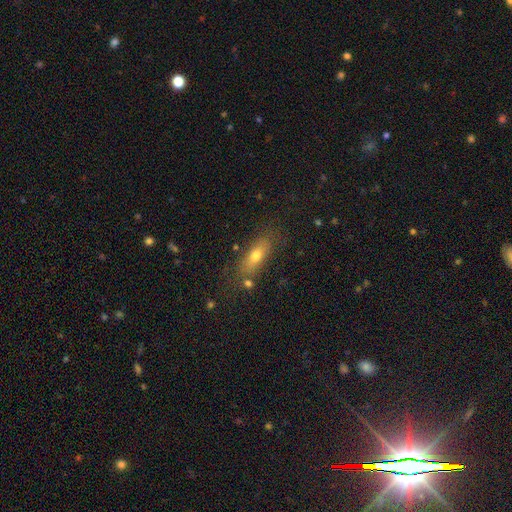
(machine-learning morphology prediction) smooth 68%, featured or disk 22%, star or artifact 10%. Down the decision tree: how rounded — in between (63%); merging — none (74%).